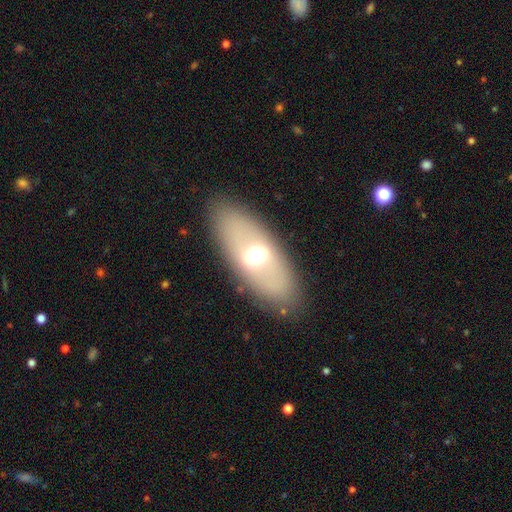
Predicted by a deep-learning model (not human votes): smooth 46%, featured or disk 45%, star or artifact 9%. Down the decision tree: merging — none (85%).